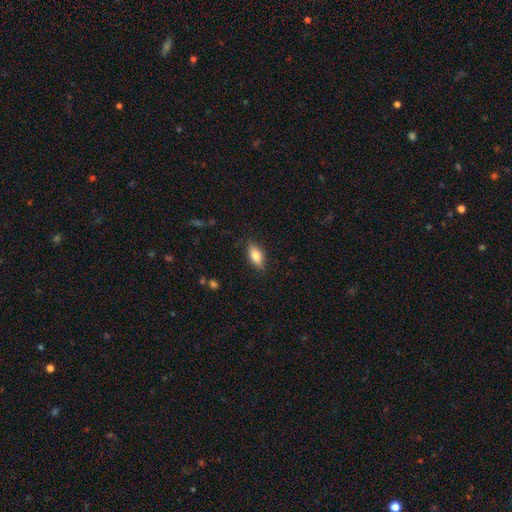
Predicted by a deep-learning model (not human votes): Smooth or featured?
  - smooth: 75% *
  - featured or disk: 17%
  - star or artifact: 8%
How rounded?
  - in between: 82% *
  - cigar-shaped: 13%
  - round: 4%
Merging?
  - none: 85% *
  - minor disturbance: 12%
  - major disturbance: 3%
  - merger: 1%